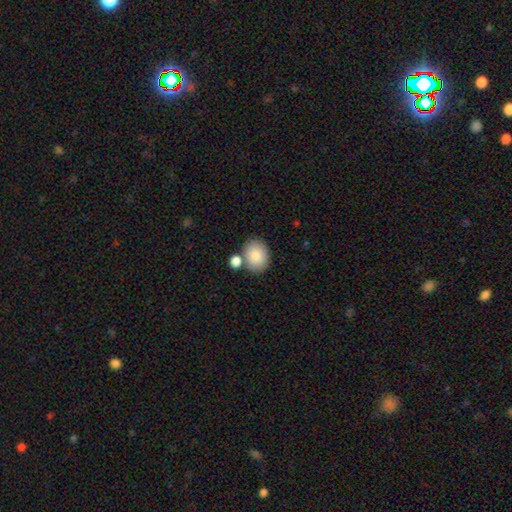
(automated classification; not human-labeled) This is clearly a smooth galaxy (84%). How rounded: possibly in between (56%). Merging: likely none (70%).